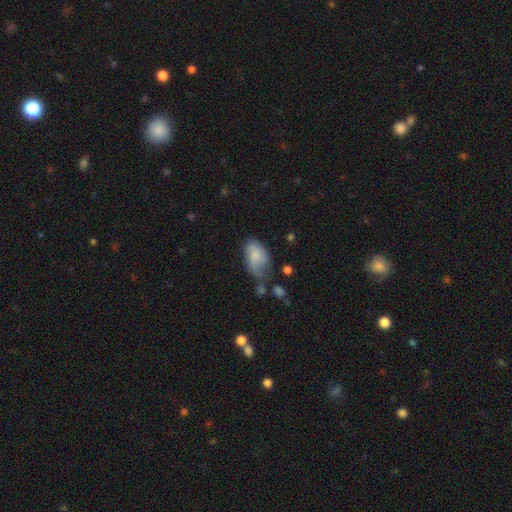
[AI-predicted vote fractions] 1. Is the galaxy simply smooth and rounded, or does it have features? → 70% smooth, 22% featured or disk, 8% star or artifact.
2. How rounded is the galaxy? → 90% in between, 8% round, 2% cigar-shaped.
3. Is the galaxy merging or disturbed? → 36% minor disturbance, 34% none, 22% major disturbance, 8% merger.